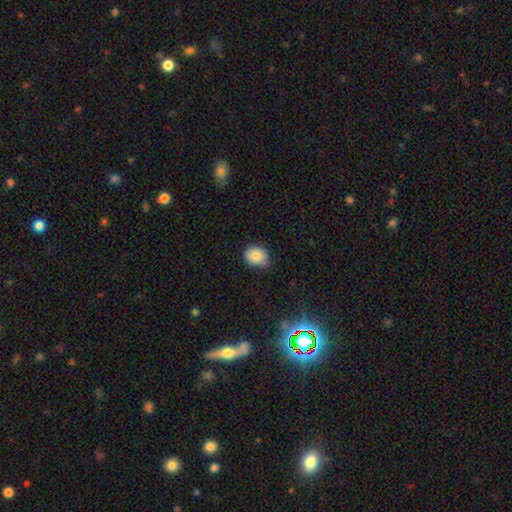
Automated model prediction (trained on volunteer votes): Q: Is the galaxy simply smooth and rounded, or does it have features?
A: smooth — 84%.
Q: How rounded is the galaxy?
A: round — 54%.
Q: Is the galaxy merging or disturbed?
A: none — 64%.